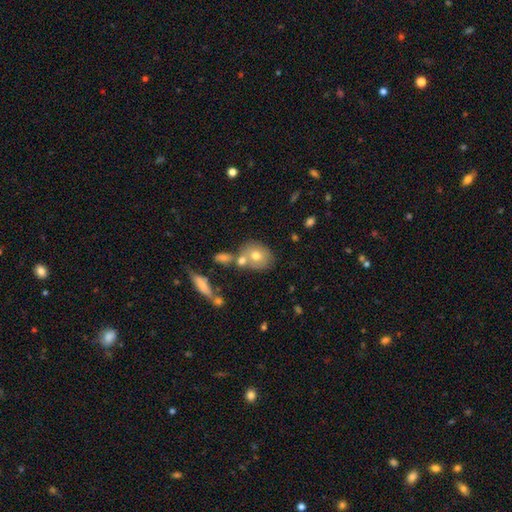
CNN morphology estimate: Smooth or featured?
  - smooth: 68% *
  - featured or disk: 22%
  - star or artifact: 10%
How rounded?
  - round: 65% *
  - in between: 34%
  - cigar-shaped: 1%
Merging?
  - none: 52% *
  - merger: 32%
  - minor disturbance: 12%
  - major disturbance: 4%